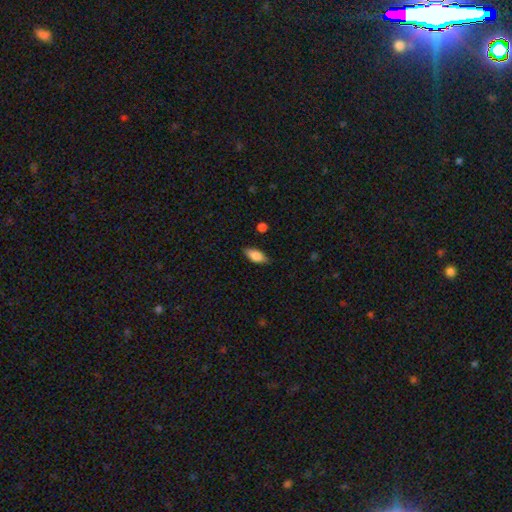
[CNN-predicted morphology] Q: Smooth or featured?
A: smooth (82%); runner-up: featured or disk (11%)
Q: How rounded?
A: in between (84%); runner-up: cigar-shaped (13%)
Q: Merging?
A: none (83%); runner-up: minor disturbance (13%)